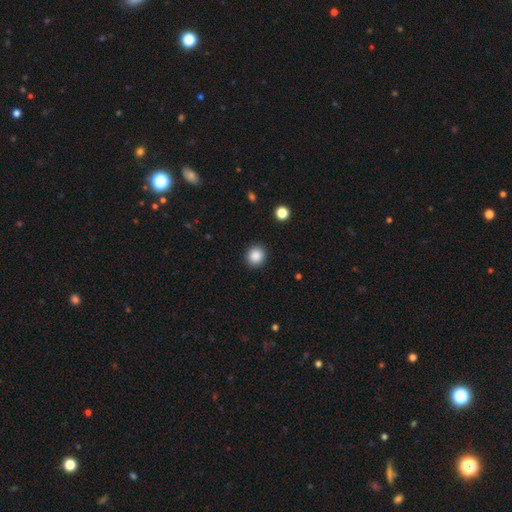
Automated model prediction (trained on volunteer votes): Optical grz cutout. It shows a smooth galaxy with no disk features (87%) that is round (89%). Merging: none (90%).